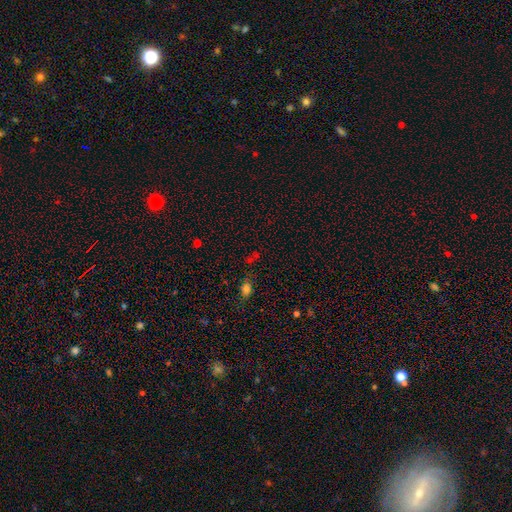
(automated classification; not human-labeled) A star or artifact, not a galaxy (51%).